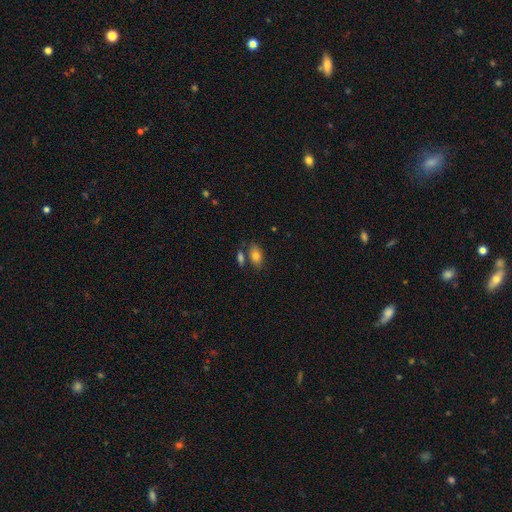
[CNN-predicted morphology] A smooth galaxy with no disk features (80%) that is in between round and cigar-shaped (88%).

Vote fractions:
- Smooth or featured? smooth: 80% / featured or disk: 11% / star or artifact: 8%
- How rounded? in between: 88% / round: 9% / cigar-shaped: 3%
- Merging? none: 65% / merger: 18% / minor disturbance: 13% / major disturbance: 4%